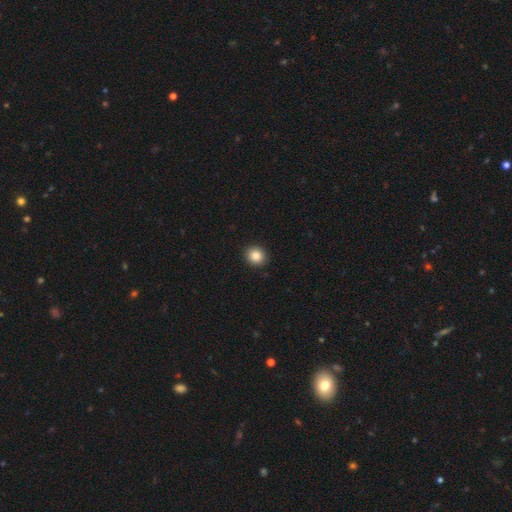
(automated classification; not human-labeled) smooth_or_featured: smooth (p=0.86) [alt: star or artifact p=0.09]
how_rounded: round (p=0.80) [alt: in between p=0.19]
merging: none (p=0.92) [alt: minor disturbance p=0.06]